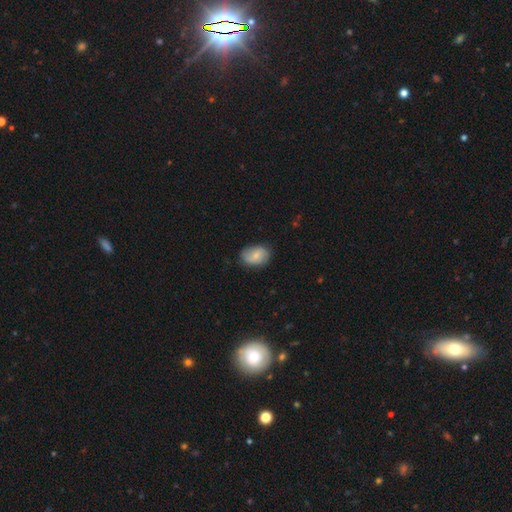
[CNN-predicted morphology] smooth 64%, featured or disk 29%, star or artifact 7%. Down the decision tree: how rounded — in between (75%); merging — none (75%).